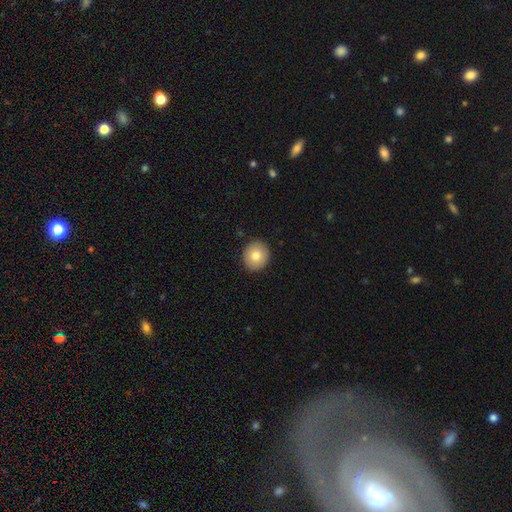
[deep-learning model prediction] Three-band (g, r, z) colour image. It shows a smooth galaxy with no disk features (80%) that is round (85%). Merging: none (91%).